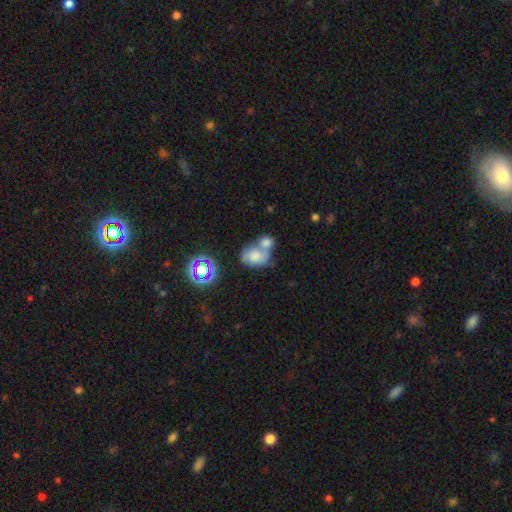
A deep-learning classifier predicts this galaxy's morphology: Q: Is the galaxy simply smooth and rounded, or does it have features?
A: smooth — 60%.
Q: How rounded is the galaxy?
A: in between — 60%.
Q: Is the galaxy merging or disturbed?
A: merger — 61%.